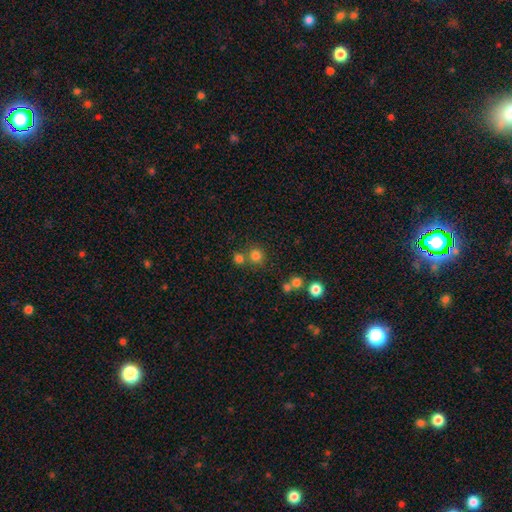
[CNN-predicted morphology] A smooth galaxy with no disk features (77%) that is round (91%).

Vote fractions:
- Smooth or featured? smooth: 77% / star or artifact: 16% / featured or disk: 7%
- How rounded? round: 91% / in between: 8% / cigar-shaped: 1%
- Merging? none: 67% / merger: 22% / minor disturbance: 7% / major disturbance: 3%